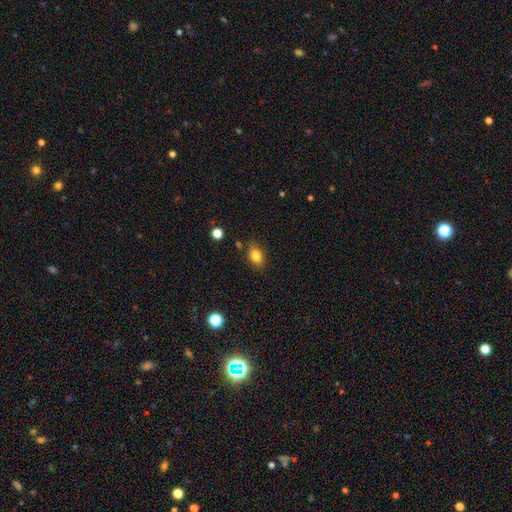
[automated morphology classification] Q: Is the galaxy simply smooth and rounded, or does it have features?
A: smooth — 83%.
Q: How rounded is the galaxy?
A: in between — 79%.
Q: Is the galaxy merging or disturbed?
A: none — 81%.